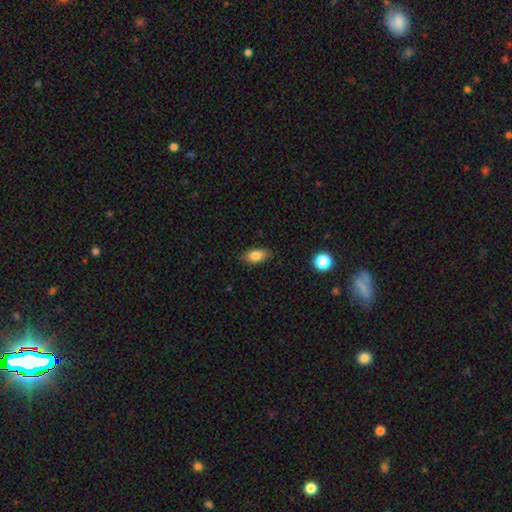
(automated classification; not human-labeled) Smooth or featured? smooth (82%)
How rounded? in between (87%)
Merging? none (85%)